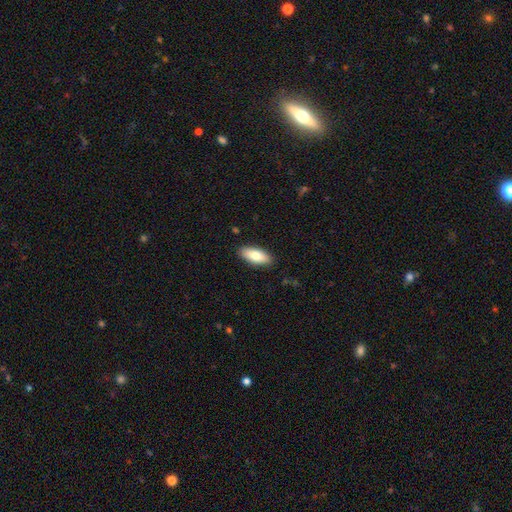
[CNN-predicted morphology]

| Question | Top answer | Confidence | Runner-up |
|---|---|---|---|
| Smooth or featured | smooth | 78% | featured or disk (16%) |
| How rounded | in between | 79% | cigar-shaped (18%) |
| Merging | none | 89% | minor disturbance (9%) |